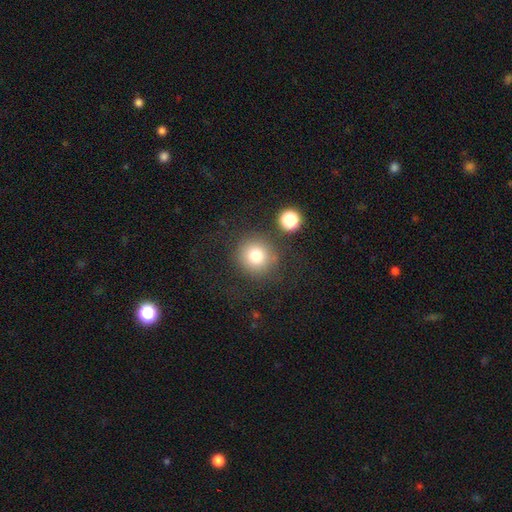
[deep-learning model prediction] Smooth or featured? smooth (77%)
How rounded? round (93%)
Merging? none (80%)